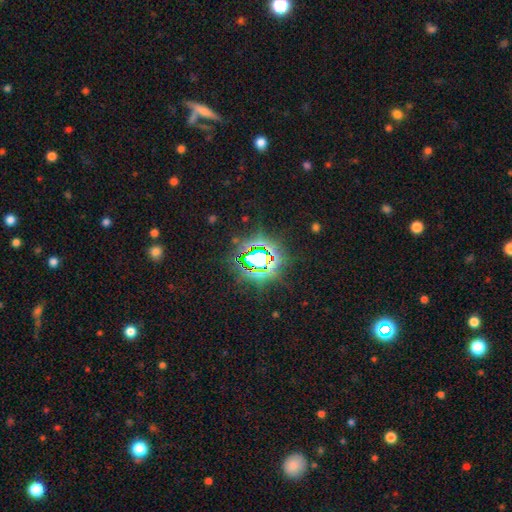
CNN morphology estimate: Smooth or featured? Predicted: star or artifact (p=0.82).